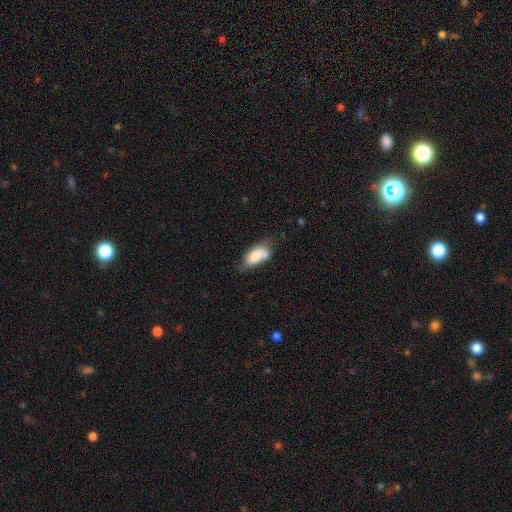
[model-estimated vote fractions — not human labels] Smooth or featured? smooth (65%)
How rounded? in between (89%)
Merging? none (38%)